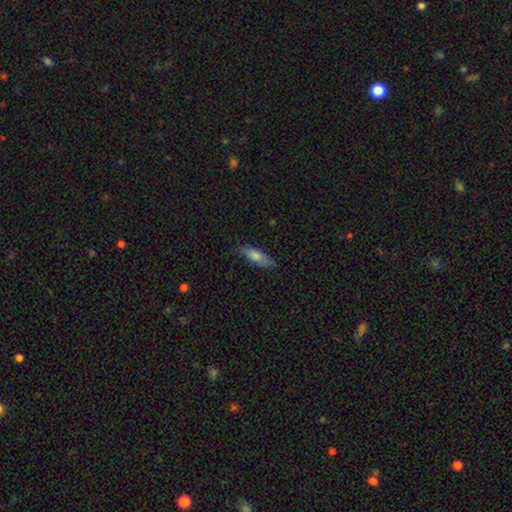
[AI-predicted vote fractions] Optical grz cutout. It shows a smooth galaxy with no disk features (72%) that is cigar-shaped (51%). Merging: none (81%).